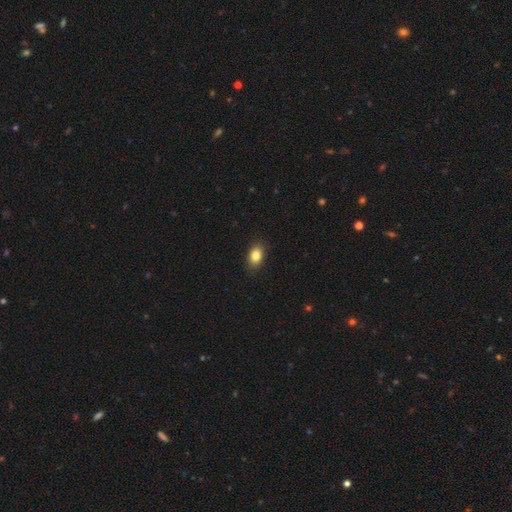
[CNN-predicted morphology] Smooth or featured: smooth — 83% (star or artifact — 9%)
How rounded: in between — 82% (round — 16%)
Merging: none — 88% (minor disturbance — 9%)